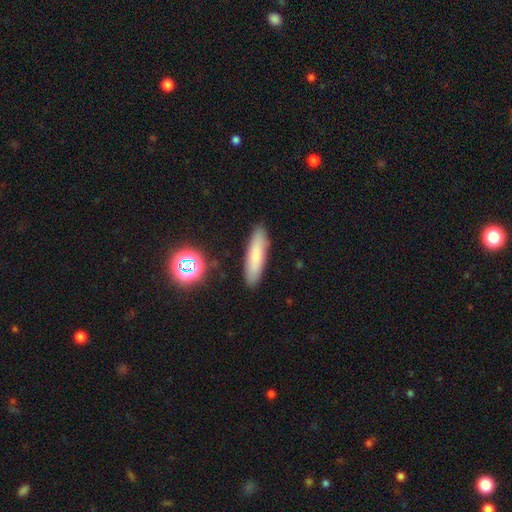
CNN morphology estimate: smooth-or-featured: smooth: 76% | featured or disk: 14% | star or artifact: 10%
  how-rounded: cigar-shaped: 76% | in between: 22% | round: 2%
  merging: none: 89% | minor disturbance: 8% | major disturbance: 2% | merger: 2%